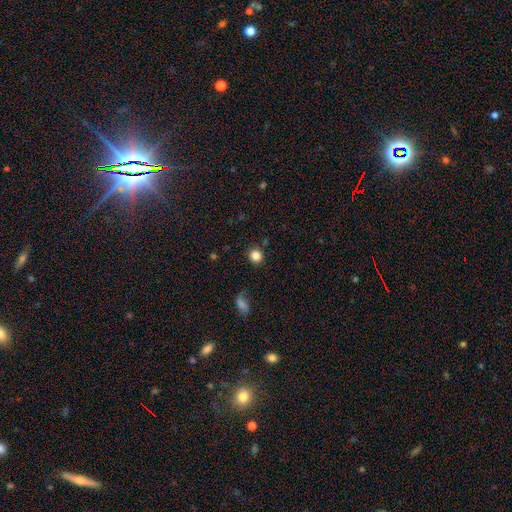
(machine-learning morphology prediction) A smooth galaxy with no disk features (84%) that is round (88%).

Vote fractions:
- Smooth or featured? smooth: 84% / star or artifact: 11% / featured or disk: 5%
- How rounded? round: 88% / in between: 11% / cigar-shaped: 1%
- Merging? none: 86% / minor disturbance: 8% / major disturbance: 3% / merger: 2%